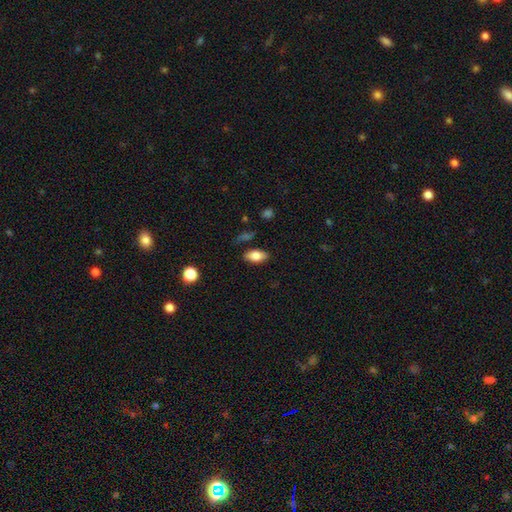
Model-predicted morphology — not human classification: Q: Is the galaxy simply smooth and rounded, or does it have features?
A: smooth — 80%.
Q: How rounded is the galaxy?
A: in between — 91%.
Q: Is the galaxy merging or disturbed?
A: none — 83%.